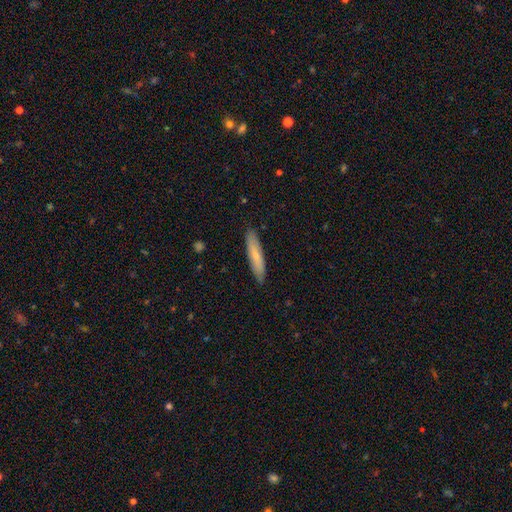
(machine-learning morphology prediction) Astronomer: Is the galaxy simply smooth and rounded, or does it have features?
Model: smooth — 70%.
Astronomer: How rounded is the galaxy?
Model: cigar-shaped — 86%.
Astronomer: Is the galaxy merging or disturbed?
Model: none — 88%.